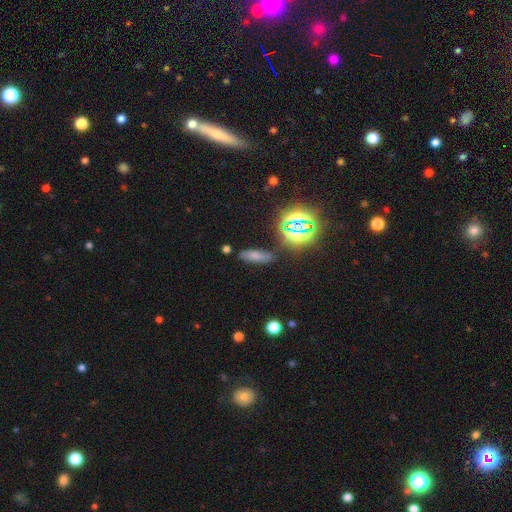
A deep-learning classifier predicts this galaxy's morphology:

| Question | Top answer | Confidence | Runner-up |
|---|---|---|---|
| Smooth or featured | smooth | 62% | star or artifact (23%) |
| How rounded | in between | 53% | cigar-shaped (41%) |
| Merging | none | 79% | minor disturbance (13%) |